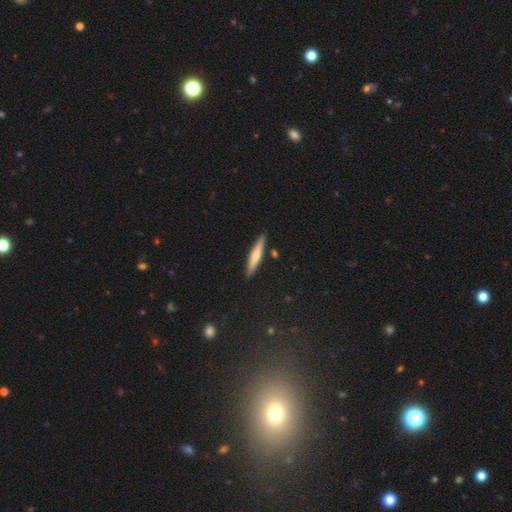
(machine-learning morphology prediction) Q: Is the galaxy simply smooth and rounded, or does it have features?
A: smooth — 53%.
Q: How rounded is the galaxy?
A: cigar-shaped — 89%.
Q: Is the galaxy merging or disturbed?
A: none — 88%.